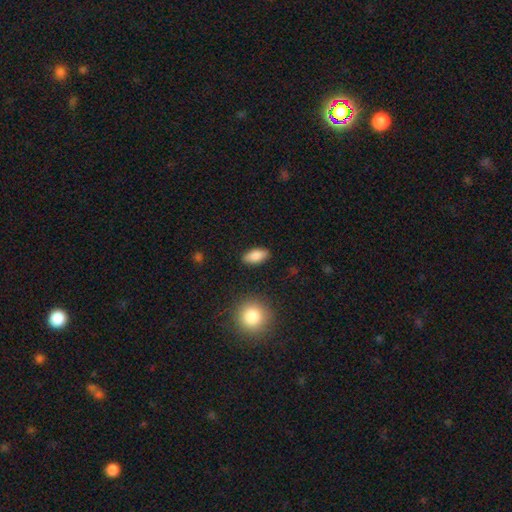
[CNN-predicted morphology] smooth 84%, featured or disk 9%, star or artifact 7%. Down the decision tree: how rounded — in between (87%); merging — none (88%).